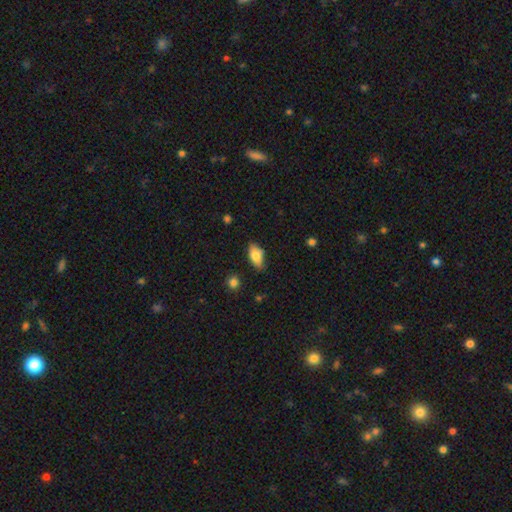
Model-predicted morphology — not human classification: Overall: smooth (79%). How rounded: in between (90%). Merging: none (74%).